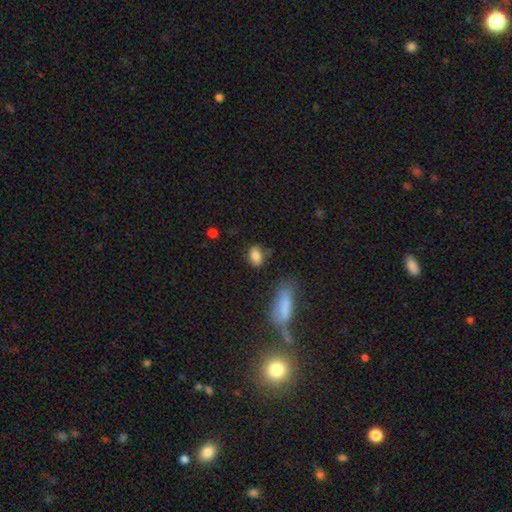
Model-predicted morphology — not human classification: smooth-or-featured: smooth: 83% | star or artifact: 9% | featured or disk: 8%
  how-rounded: in between: 76% | round: 21% | cigar-shaped: 3%
  merging: none: 70% | minor disturbance: 20% | major disturbance: 5% | merger: 5%